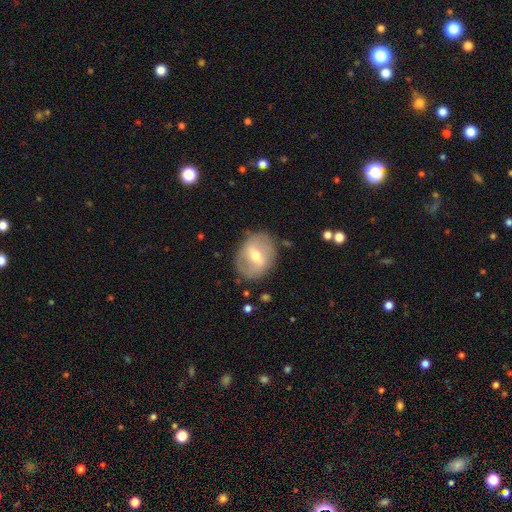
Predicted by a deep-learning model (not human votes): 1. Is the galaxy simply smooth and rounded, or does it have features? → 63% featured or disk, 30% smooth, 7% star or artifact.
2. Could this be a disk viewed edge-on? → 94% no, 6% yes.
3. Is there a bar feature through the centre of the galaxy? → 47% weak, 37% strong, 16% no.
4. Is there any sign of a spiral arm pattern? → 58% yes, 42% no.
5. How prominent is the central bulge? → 68% moderate, 24% small, 5% large, 1% none, 1% dominant.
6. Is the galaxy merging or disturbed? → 79% none, 14% minor disturbance, 5% major disturbance, 1% merger.